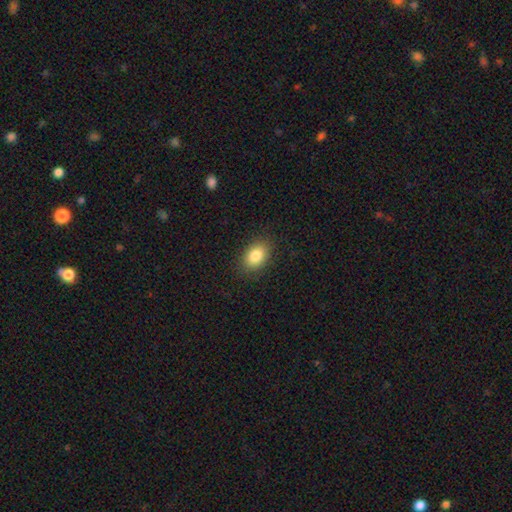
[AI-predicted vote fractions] The model was most divided on "how rounded": in between: 83%, round: 16%, cigar-shaped: 1%. More confident: merging — none (87%); smooth or featured — smooth (85%).